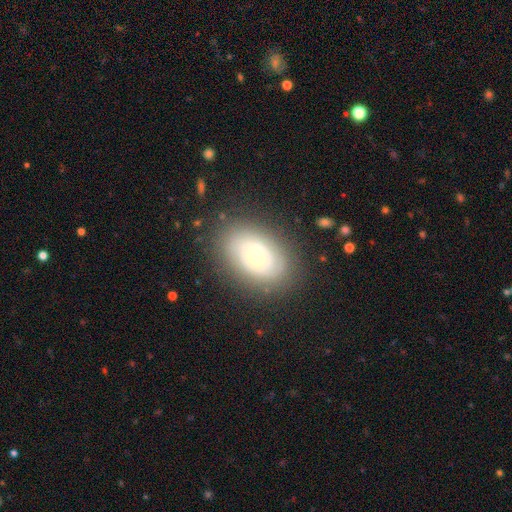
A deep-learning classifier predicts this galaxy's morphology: This is likely a featured or disk galaxy (66%). It is clearly not viewed edge-on (94%). Bar: likely no (70%). Spiral arm pattern: possibly yes (55%). Central bulge: possibly moderate (51%). Merging: clearly none (80%).